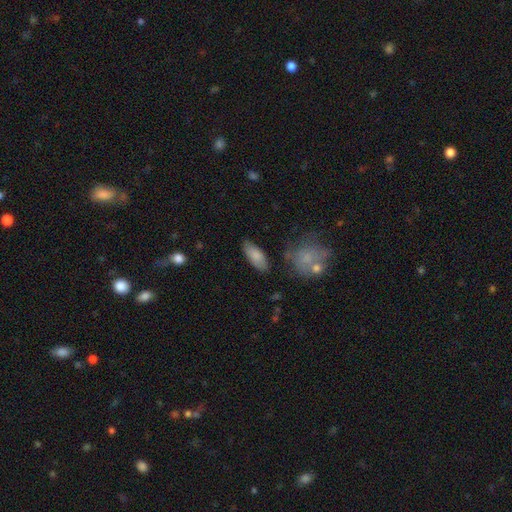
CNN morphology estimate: A smooth galaxy with no disk features (83%) that is in between round and cigar-shaped (82%).

Vote fractions:
- Smooth or featured? smooth: 83% / featured or disk: 10% / star or artifact: 6%
- How rounded? in between: 82% / cigar-shaped: 16% / round: 2%
- Merging? none: 80% / minor disturbance: 14% / merger: 4% / major disturbance: 3%